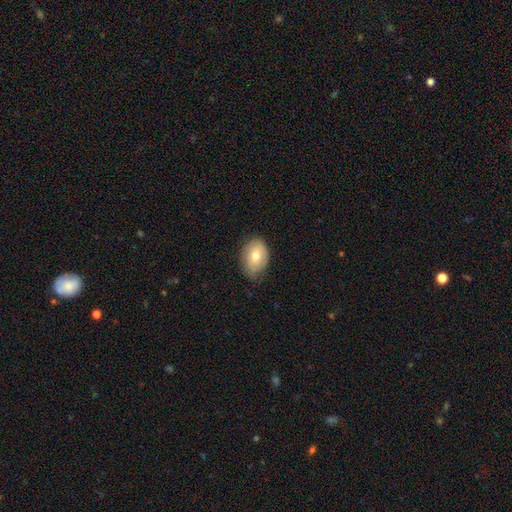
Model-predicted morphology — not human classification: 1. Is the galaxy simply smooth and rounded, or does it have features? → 65% smooth, 28% featured or disk, 7% star or artifact.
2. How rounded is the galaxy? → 79% in between, 20% round, 1% cigar-shaped.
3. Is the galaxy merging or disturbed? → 71% none, 23% minor disturbance, 4% major disturbance, 1% merger.